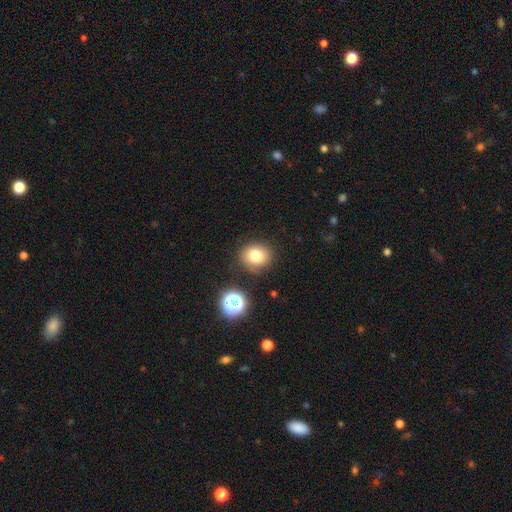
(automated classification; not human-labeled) smooth 78%, star or artifact 12%, featured or disk 9%. Down the decision tree: how rounded — round (70%); merging — none (79%).